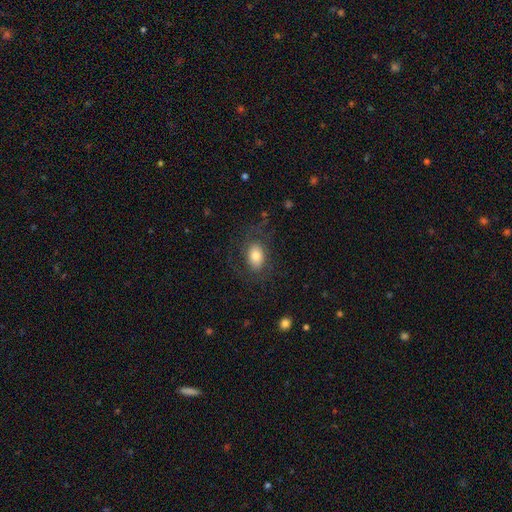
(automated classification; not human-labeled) Smooth or featured? Predicted: smooth (p=0.65). How rounded? Predicted: in between (p=0.80). Merging? Predicted: none (p=0.66).